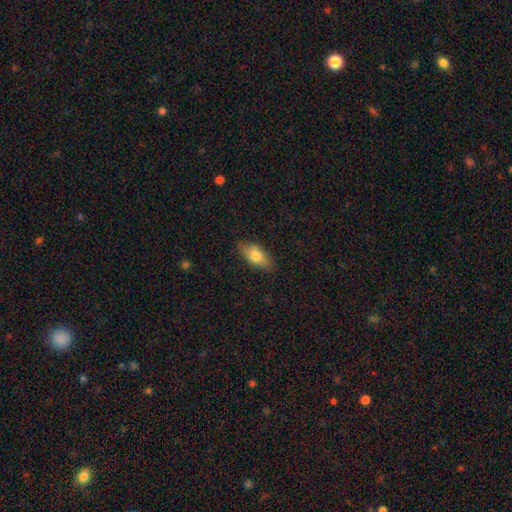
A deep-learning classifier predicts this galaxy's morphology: The model was most divided on "smooth or featured": smooth: 76%, featured or disk: 17%, star or artifact: 7%. More confident: how rounded — in between (86%); merging — none (83%).